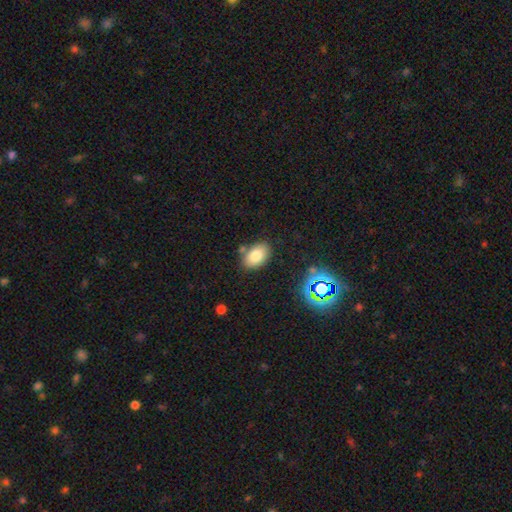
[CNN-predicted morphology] Smooth or featured?
  - smooth: 81% *
  - star or artifact: 10%
  - featured or disk: 9%
How rounded?
  - in between: 89% *
  - round: 10%
  - cigar-shaped: 1%
Merging?
  - none: 76% *
  - minor disturbance: 13%
  - merger: 7%
  - major disturbance: 3%